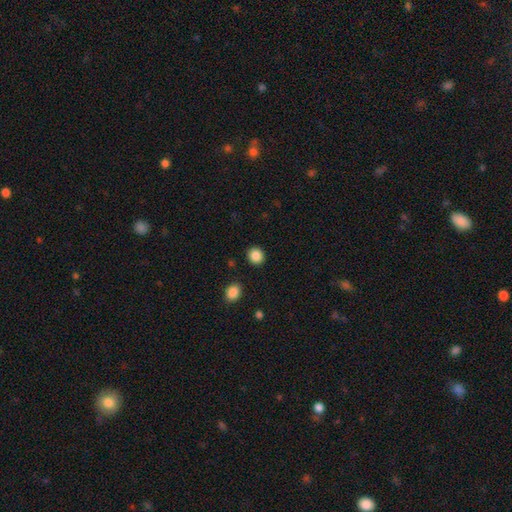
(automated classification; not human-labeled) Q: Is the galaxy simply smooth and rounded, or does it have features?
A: smooth — 87%.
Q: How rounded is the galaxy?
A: round — 84%.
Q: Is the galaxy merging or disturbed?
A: none — 90%.